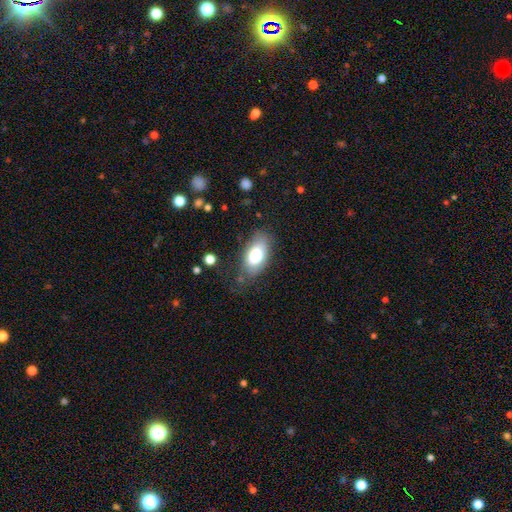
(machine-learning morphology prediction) Q: Smooth or featured?
A: smooth (74%); runner-up: featured or disk (19%)
Q: How rounded?
A: in between (91%); runner-up: round (5%)
Q: Merging?
A: none (73%); runner-up: minor disturbance (19%)